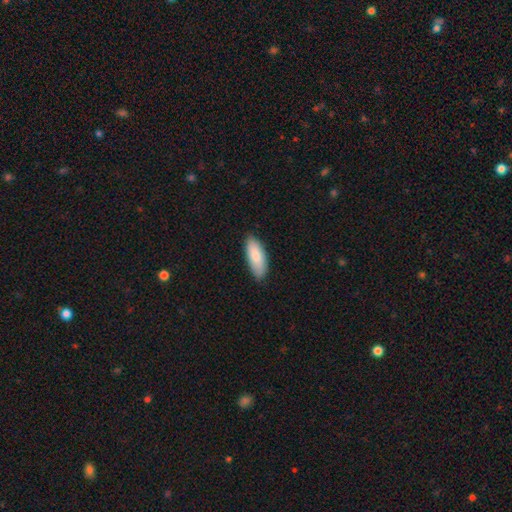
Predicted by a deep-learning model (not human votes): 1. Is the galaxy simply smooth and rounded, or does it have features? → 83% smooth, 11% featured or disk, 5% star or artifact.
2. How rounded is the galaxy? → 79% in between, 19% cigar-shaped, 2% round.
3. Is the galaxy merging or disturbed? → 84% none, 13% minor disturbance, 2% major disturbance, 1% merger.